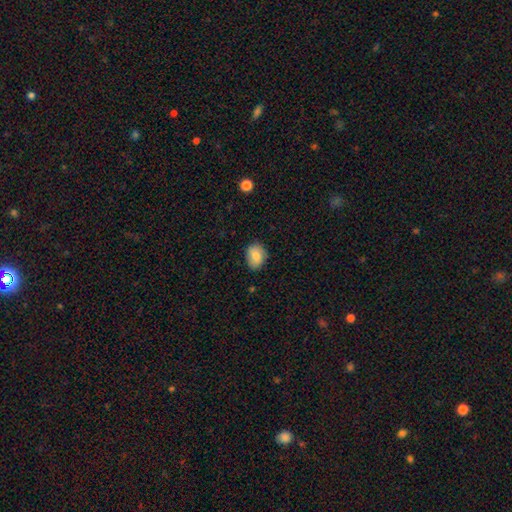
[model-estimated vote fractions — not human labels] A smooth galaxy with no disk features (81%) that is in between round and cigar-shaped (67%).

Vote fractions:
- Smooth or featured? smooth: 81% / featured or disk: 11% / star or artifact: 8%
- How rounded? in between: 67% / round: 32% / cigar-shaped: 1%
- Merging? none: 81% / minor disturbance: 16% / major disturbance: 3% / merger: 1%